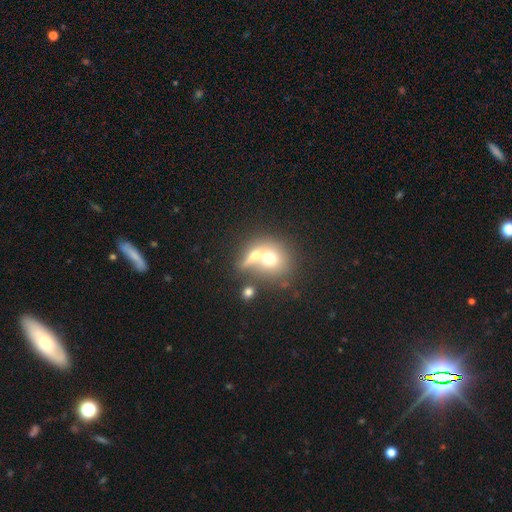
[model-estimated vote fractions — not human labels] A smooth galaxy with no disk features (62%) that is round (68%).

Vote fractions:
- Smooth or featured? smooth: 62% / featured or disk: 27% / star or artifact: 11%
- How rounded? round: 68% / in between: 28% / cigar-shaped: 4%
- Merging? merger: 57% / none: 30% / minor disturbance: 8% / major disturbance: 5%